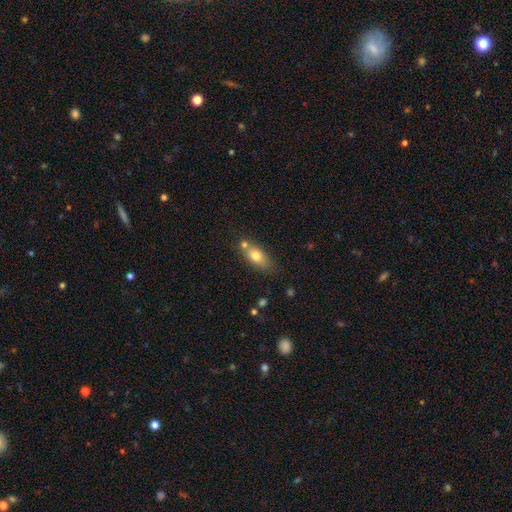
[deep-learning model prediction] Smooth or featured? smooth (75%)
How rounded? in between (80%)
Merging? none (62%)